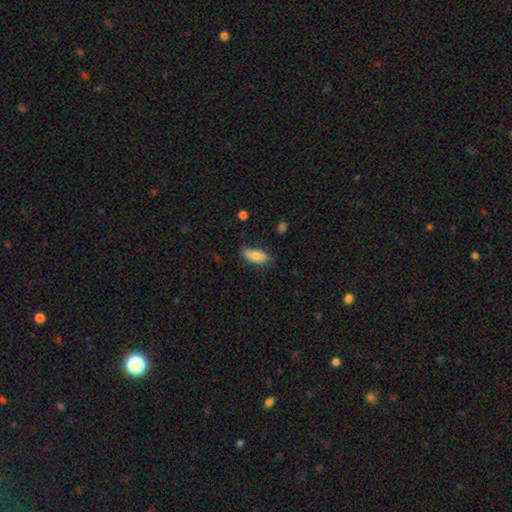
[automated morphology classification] Smooth or featured?
  - smooth: 79% *
  - featured or disk: 14%
  - star or artifact: 7%
How rounded?
  - in between: 81% *
  - cigar-shaped: 16%
  - round: 2%
Merging?
  - none: 76% *
  - minor disturbance: 19%
  - major disturbance: 4%
  - merger: 2%